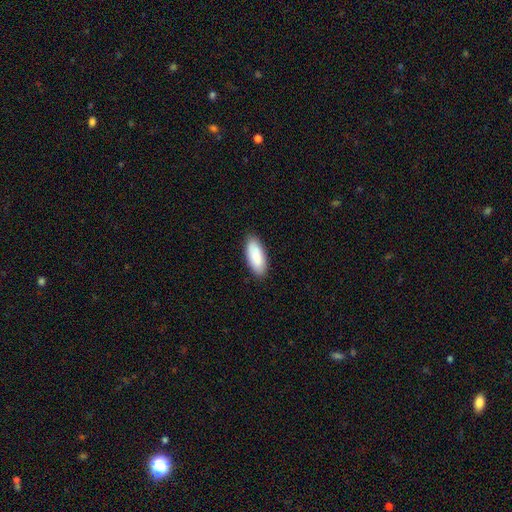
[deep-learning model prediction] Morphology: type=smooth (88%); roundness=in between (81%); merging=none (88%).